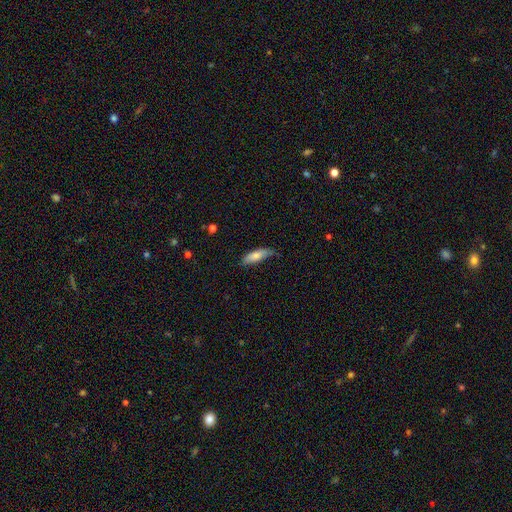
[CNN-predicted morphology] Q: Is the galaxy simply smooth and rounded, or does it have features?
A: smooth — 76%.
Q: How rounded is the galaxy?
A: in between — 56%.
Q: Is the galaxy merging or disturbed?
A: none — 56%.